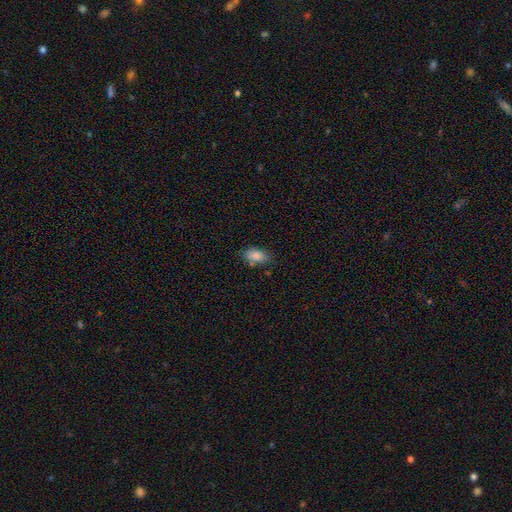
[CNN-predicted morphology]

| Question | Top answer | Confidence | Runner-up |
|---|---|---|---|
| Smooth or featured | smooth | 84% | star or artifact (8%) |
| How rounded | in between | 91% | round (5%) |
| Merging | none | 73% | minor disturbance (18%) |